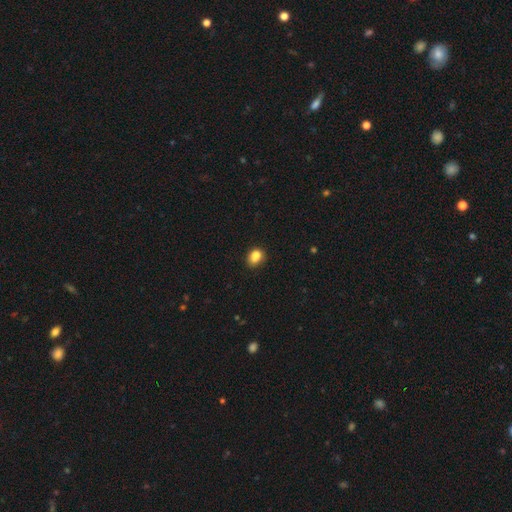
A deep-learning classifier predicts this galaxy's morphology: smooth 82%, star or artifact 11%, featured or disk 8%. Down the decision tree: how rounded — in between (55%); merging — none (60%).